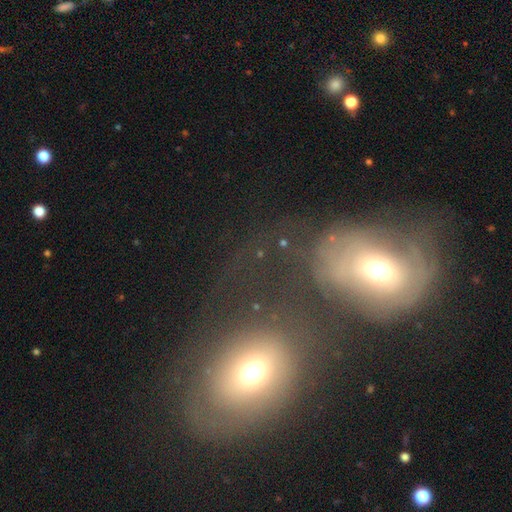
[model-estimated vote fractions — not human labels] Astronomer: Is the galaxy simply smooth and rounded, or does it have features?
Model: smooth — 48% (runner-up: featured or disk, 32%).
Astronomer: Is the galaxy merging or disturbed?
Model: merger — 36% (runner-up: none, 31%).